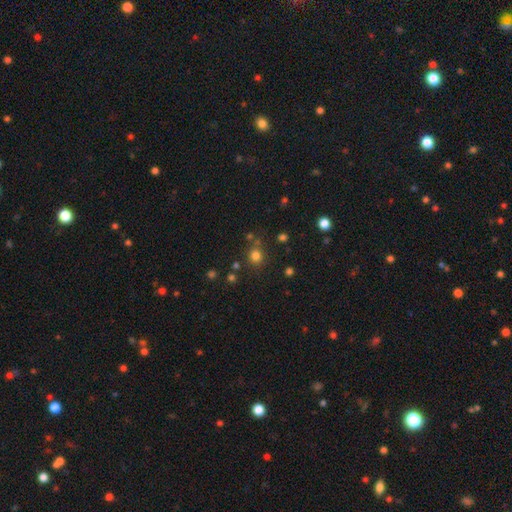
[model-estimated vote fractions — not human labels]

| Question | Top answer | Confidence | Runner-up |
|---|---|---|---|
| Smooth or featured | smooth | 77% | star or artifact (17%) |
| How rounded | round | 87% | in between (12%) |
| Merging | none | 77% | minor disturbance (10%) |